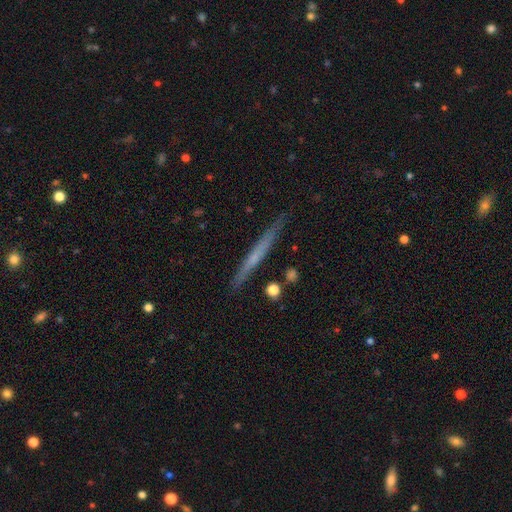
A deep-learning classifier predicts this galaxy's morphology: smooth-or-featured: featured or disk: 53% | smooth: 41% | star or artifact: 6%
  disk-edge-on: yes: 96% | no: 4%
    edge-on-bulge: none: 75% | rounded: 20% | boxy: 4%
  merging: none: 88% | minor disturbance: 8% | merger: 2% | major disturbance: 2%